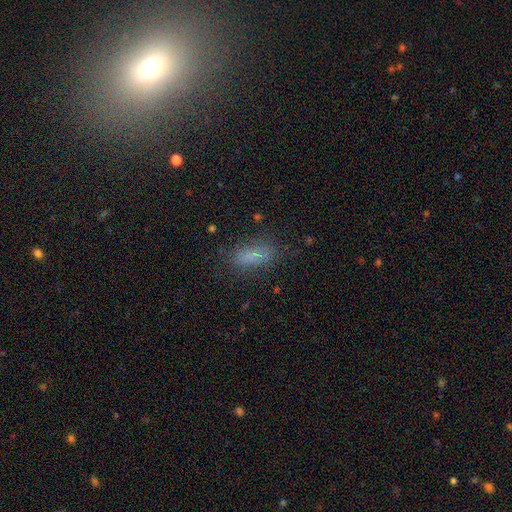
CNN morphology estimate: smooth 75%, star or artifact 14%, featured or disk 11%. Down the decision tree: how rounded — in between (57%); merging — none (76%).